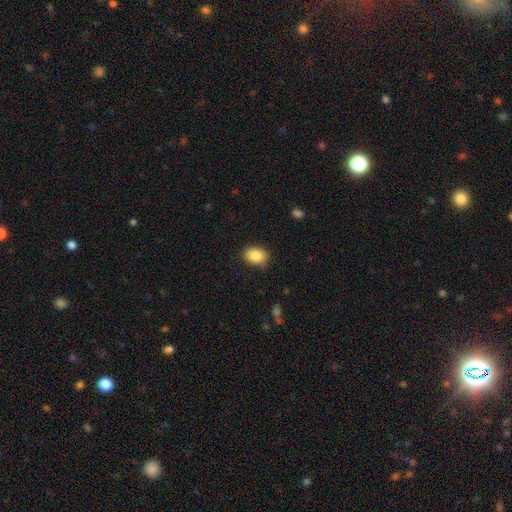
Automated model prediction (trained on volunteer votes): This is clearly a smooth galaxy (85%). How rounded: likely in between (73%). Merging: clearly none (85%).